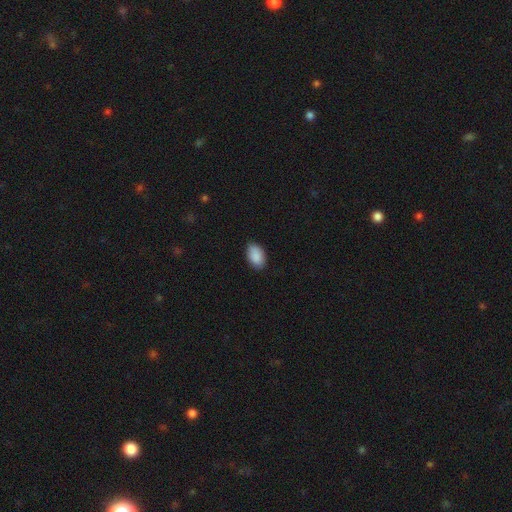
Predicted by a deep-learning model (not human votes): This appears to be a smooth galaxy with no disk features (90%) that is in between round and cigar-shaped (92%). Merging: none (85%).